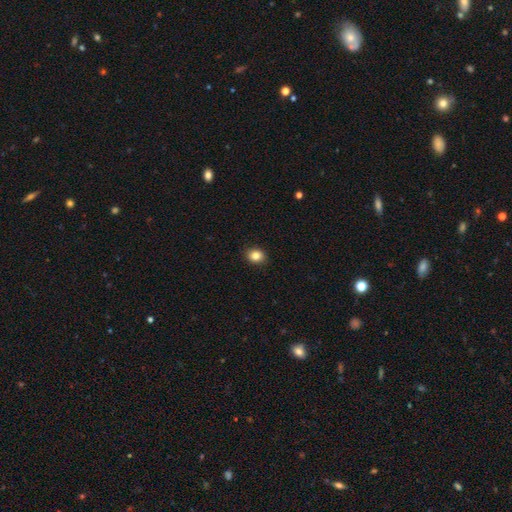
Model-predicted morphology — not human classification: smooth_or_featured: smooth (p=0.84) [alt: star or artifact p=0.10]
how_rounded: round (p=0.57) [alt: in between p=0.42]
merging: none (p=0.91) [alt: minor disturbance p=0.07]